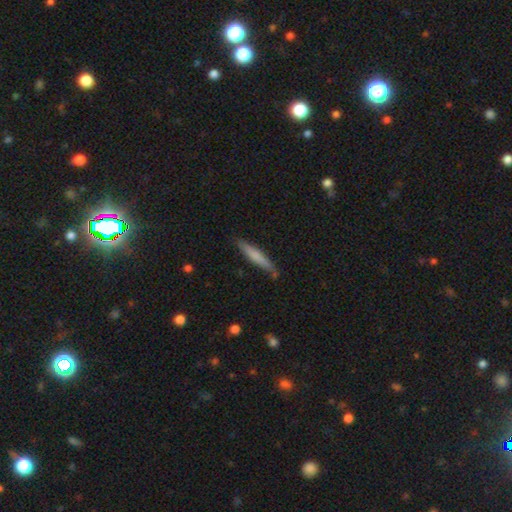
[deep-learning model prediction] Smooth or featured? smooth (67%)
How rounded? cigar-shaped (93%)
Merging? none (83%)